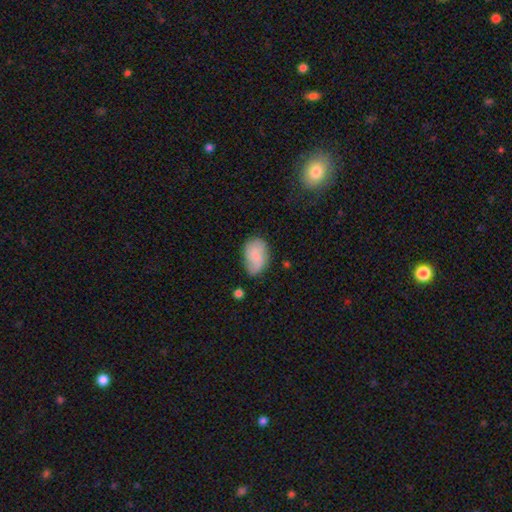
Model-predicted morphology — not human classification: smooth_or_featured: smooth (p=0.72) [alt: featured or disk p=0.21]
how_rounded: in between (p=0.88) [alt: round p=0.10]
merging: none (p=0.62) [alt: minor disturbance p=0.27]